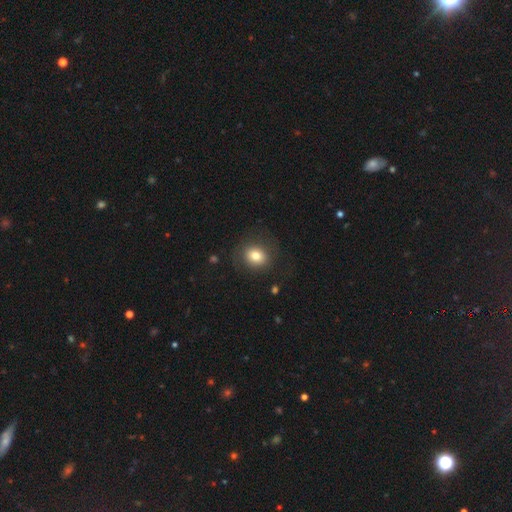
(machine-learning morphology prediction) Smooth or featured? Predicted: smooth (p=0.78). How rounded? Predicted: round (p=0.69). Merging? Predicted: none (p=0.80).